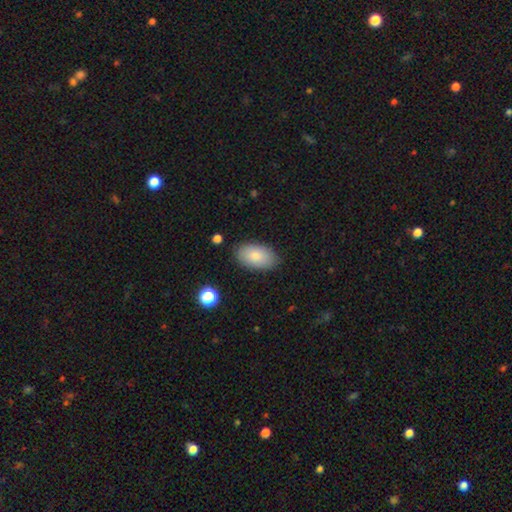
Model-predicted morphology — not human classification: Overall: smooth (83%). How rounded: in between (94%). Merging: none (85%).